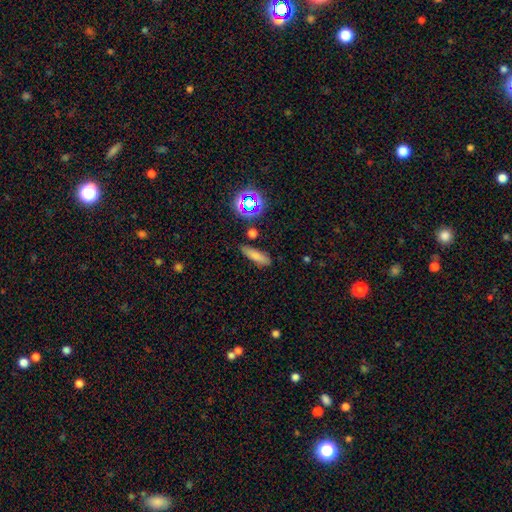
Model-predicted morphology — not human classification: This is likely a smooth galaxy (75%). How rounded: possibly cigar-shaped (57%). Merging: clearly none (81%).